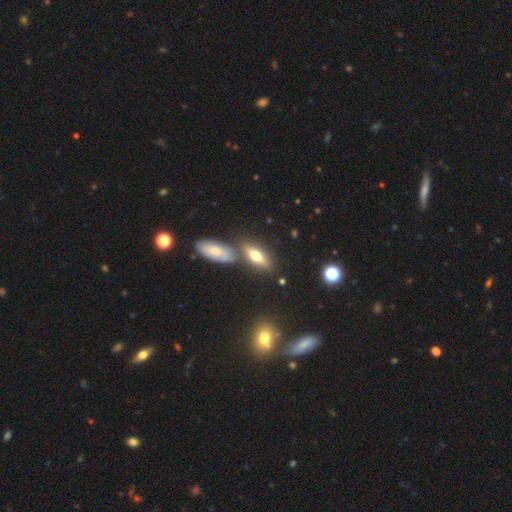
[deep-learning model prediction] A smooth galaxy with no disk features (57%) that is in between round and cigar-shaped (64%). Merging: none (67%).